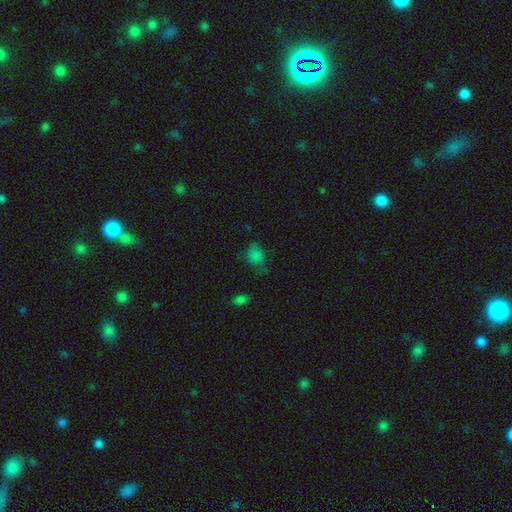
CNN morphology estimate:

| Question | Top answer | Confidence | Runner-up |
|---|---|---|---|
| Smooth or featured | smooth | 76% | star or artifact (18%) |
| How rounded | round | 57% | in between (41%) |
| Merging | none | 57% | minor disturbance (28%) |